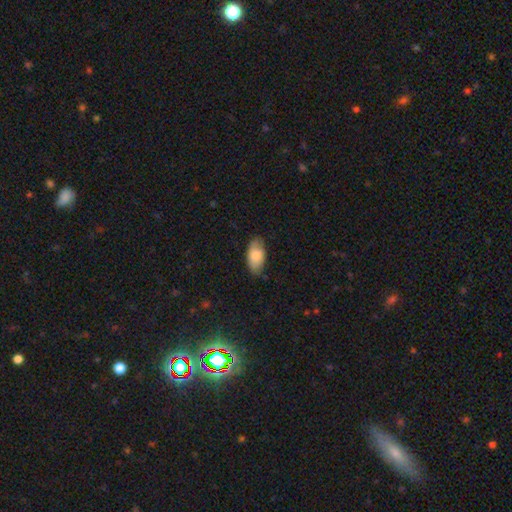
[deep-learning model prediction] Morphology: type=smooth (82%); roundness=in between (93%); merging=none (73%).